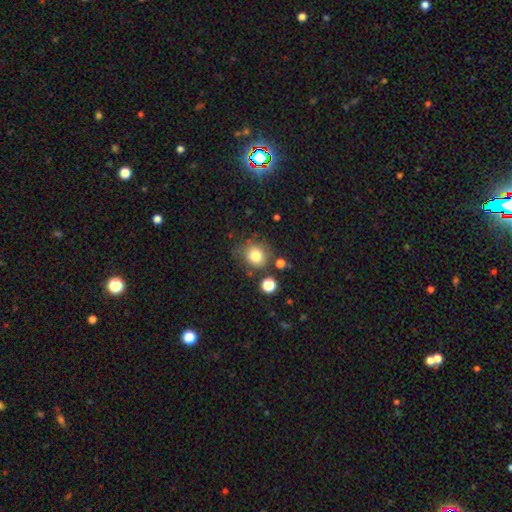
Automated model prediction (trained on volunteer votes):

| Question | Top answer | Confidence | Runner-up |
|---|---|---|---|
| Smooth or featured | smooth | 79% | star or artifact (11%) |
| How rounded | round | 81% | in between (18%) |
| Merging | none | 69% | minor disturbance (18%) |